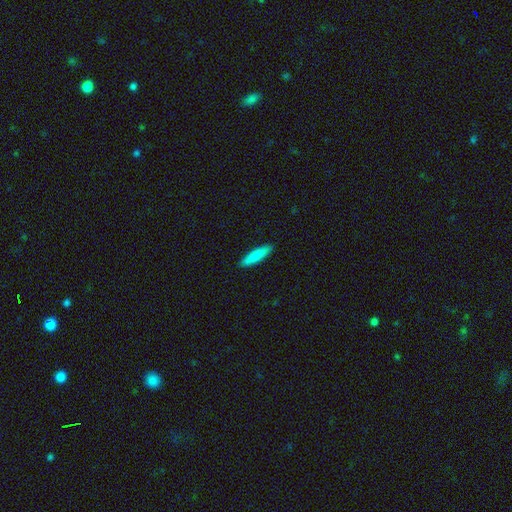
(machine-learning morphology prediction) This is clearly a smooth galaxy (85%). How rounded: clearly cigar-shaped (85%). Merging: clearly none (91%).